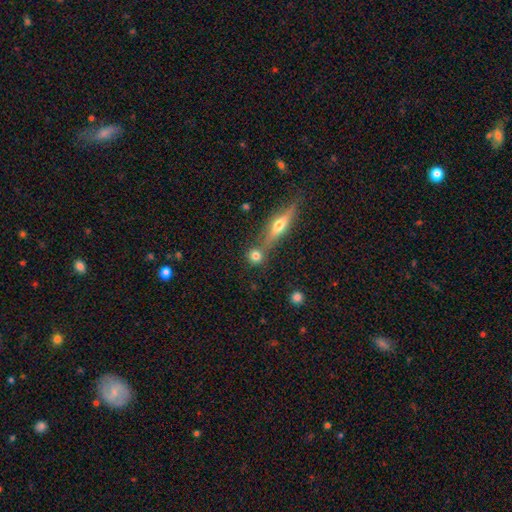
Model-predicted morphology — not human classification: Q: Smooth or featured?
A: smooth (75%); runner-up: featured or disk (14%)
Q: How rounded?
A: round (86%); runner-up: in between (10%)
Q: Merging?
A: none (69%); runner-up: merger (19%)